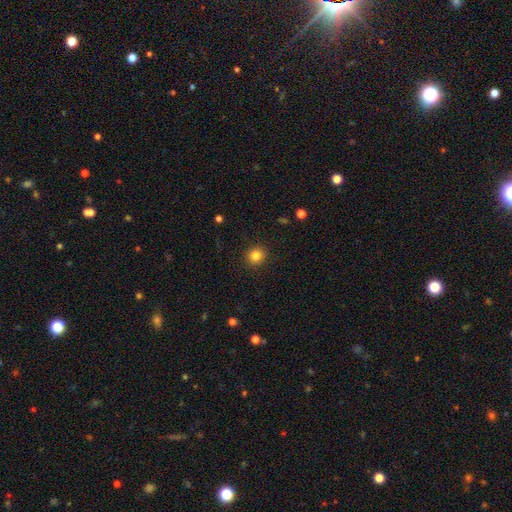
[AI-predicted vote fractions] Smooth or featured? Predicted: smooth (p=0.84). How rounded? Predicted: round (p=0.89). Merging? Predicted: none (p=0.91).